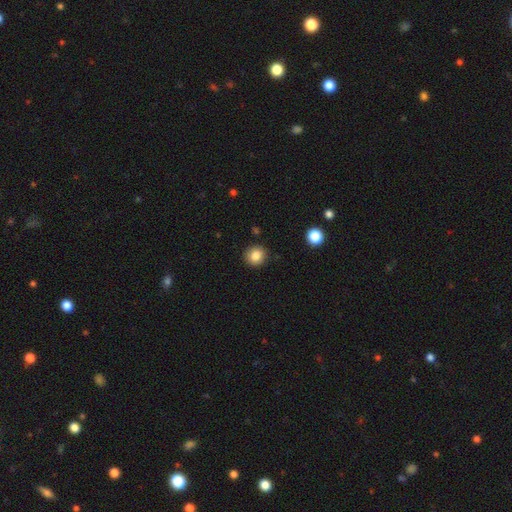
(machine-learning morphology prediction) type=smooth (84%); roundness=round (90%); merging=none (91%).